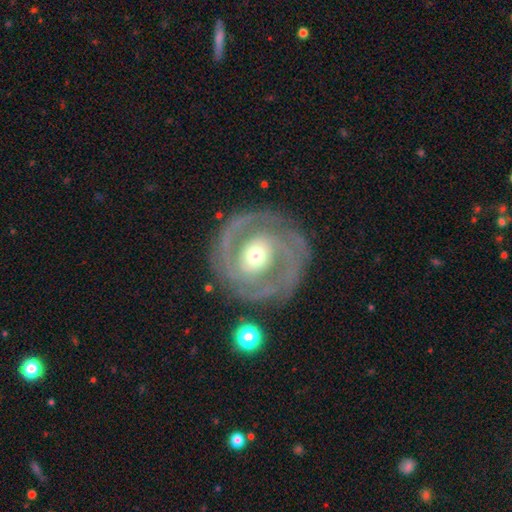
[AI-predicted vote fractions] Smooth or featured?
  - featured or disk: 85% *
  - smooth: 9%
  - star or artifact: 5%
Edge-on disk?
  - no: 97% *
  - yes: 3%
Bar?
  - no: 40% *
  - weak: 37%
  - strong: 24%
Spiral arms?
  - yes: 89% *
  - no: 11%
Spiral winding?
  - tight: 64% *
  - medium: 29%
  - loose: 7%
Spiral arm count?
  - 2: 71% *
  - can't tell: 12%
  - 3: 8%
  - 1: 5%
  - 4: 2%
  - more than 4: 2%
Bulge size?
  - moderate: 65% *
  - small: 27%
  - large: 6%
  - dominant: 1%
  - none: 1%
Merging?
  - none: 79% *
  - minor disturbance: 13%
  - major disturbance: 6%
  - merger: 2%